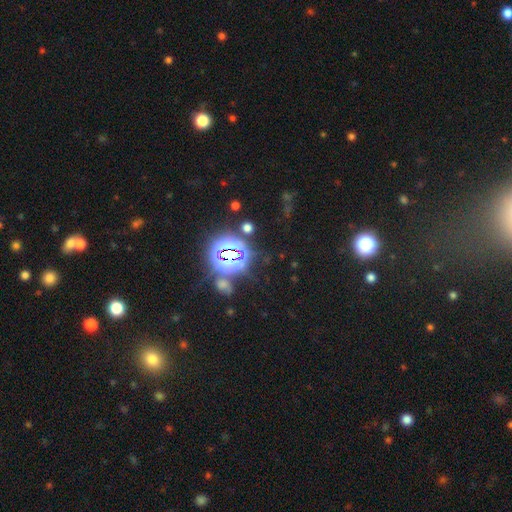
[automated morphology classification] type=star or artifact (79%).